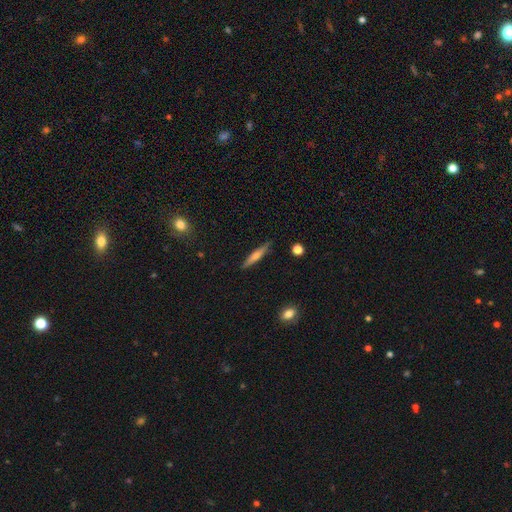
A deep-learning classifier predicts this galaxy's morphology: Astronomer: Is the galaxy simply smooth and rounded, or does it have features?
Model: smooth — 51% (runner-up: featured or disk, 42%).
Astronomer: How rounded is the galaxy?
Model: cigar-shaped — 91%.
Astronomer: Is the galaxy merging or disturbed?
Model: none — 88%.